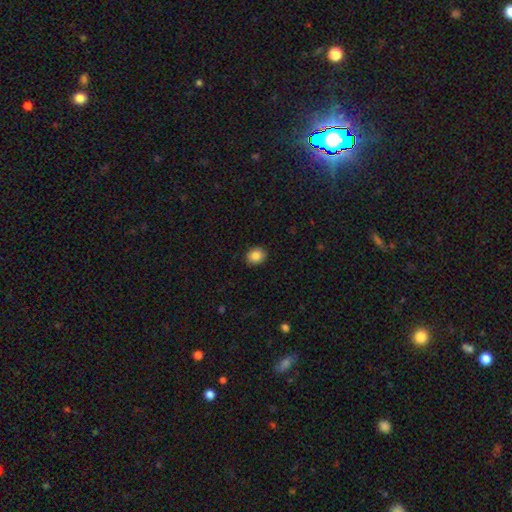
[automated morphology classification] smooth 86%, star or artifact 9%, featured or disk 5%. Down the decision tree: how rounded — round (62%); merging — none (90%).